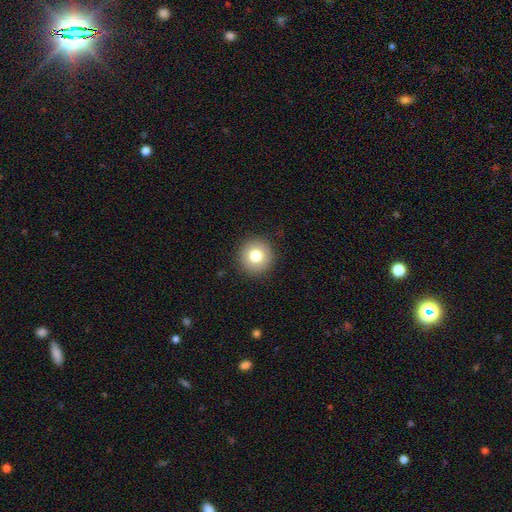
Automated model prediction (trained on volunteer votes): smooth-or-featured: smooth: 78% | featured or disk: 12% | star or artifact: 10%
  how-rounded: round: 94% | in between: 5% | cigar-shaped: 1%
  merging: none: 92% | minor disturbance: 5% | major disturbance: 2% | merger: 1%